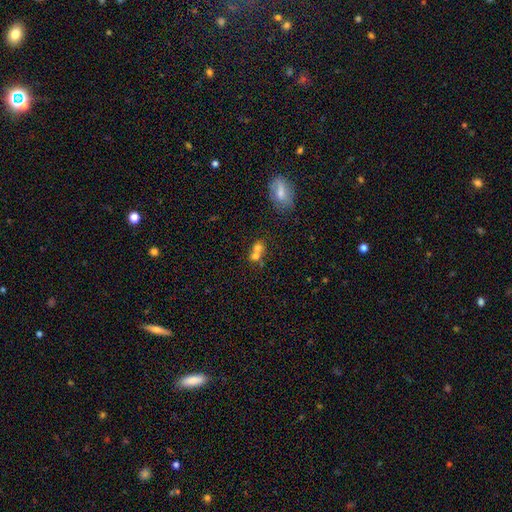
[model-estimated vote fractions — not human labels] Morphology: type=smooth (70%); roundness=round (71%); merging=merger (63%).